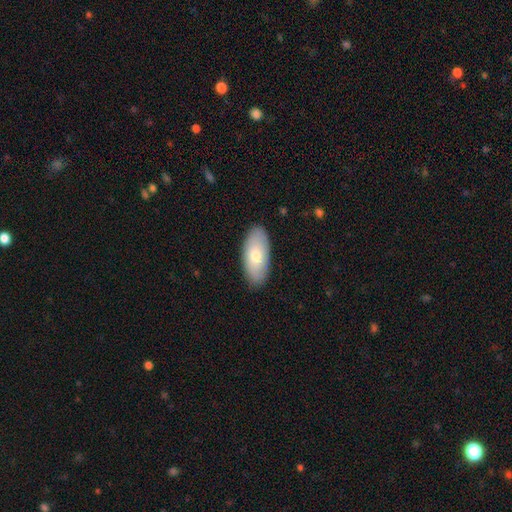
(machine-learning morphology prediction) smooth_or_featured: smooth (p=0.71) [alt: featured or disk p=0.24]
how_rounded: in between (p=0.91) [alt: cigar-shaped p=0.07]
merging: none (p=0.88) [alt: minor disturbance p=0.09]